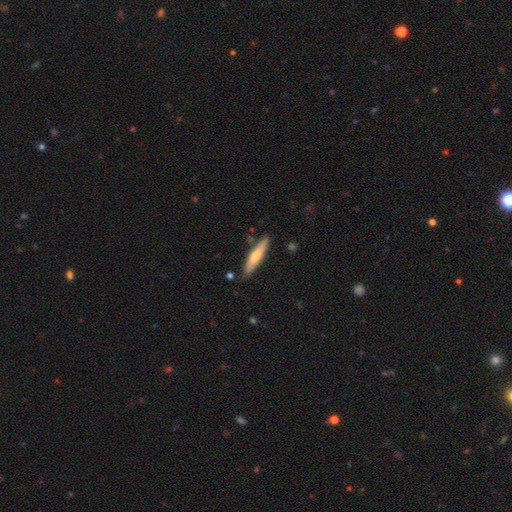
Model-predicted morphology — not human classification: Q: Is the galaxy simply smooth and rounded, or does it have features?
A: smooth — 64%.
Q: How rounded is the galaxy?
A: cigar-shaped — 83%.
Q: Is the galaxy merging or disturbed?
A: none — 84%.